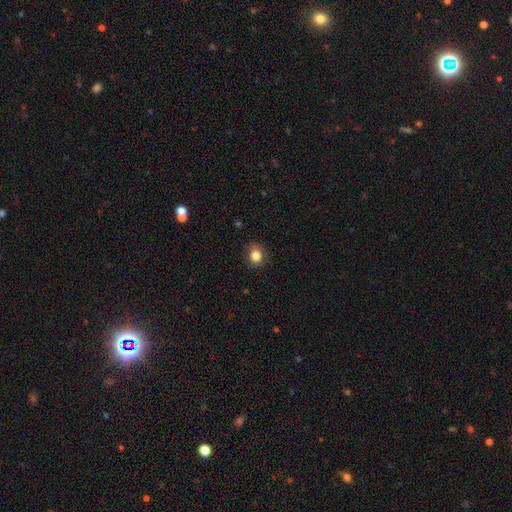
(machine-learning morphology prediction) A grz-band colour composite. It shows a smooth galaxy with no disk features (84%) that is round (68%). Merging: none (85%).